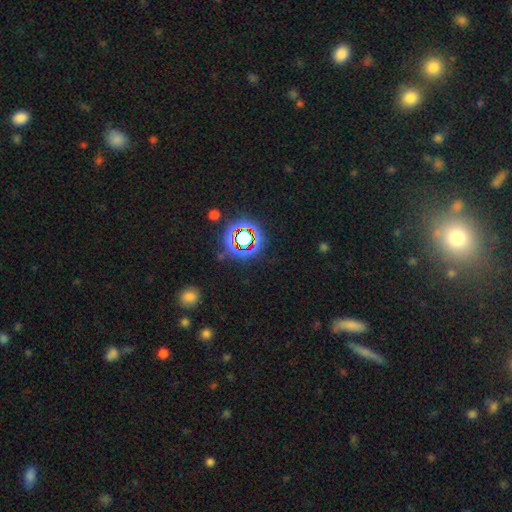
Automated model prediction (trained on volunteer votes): Smooth or featured?
  - star or artifact: 67% *
  - smooth: 21%
  - featured or disk: 12%